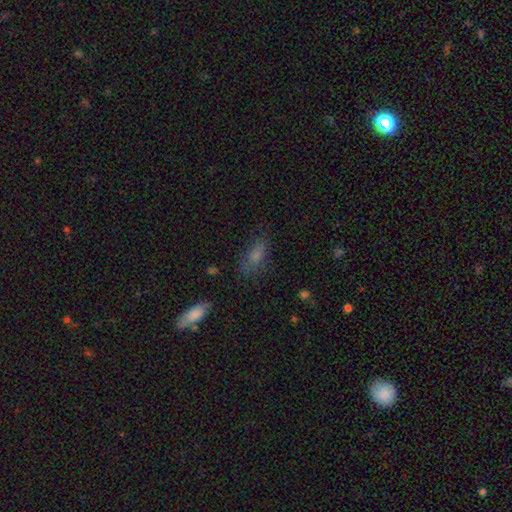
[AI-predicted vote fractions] Smooth or featured? smooth (71%)
How rounded? in between (75%)
Merging? none (67%)